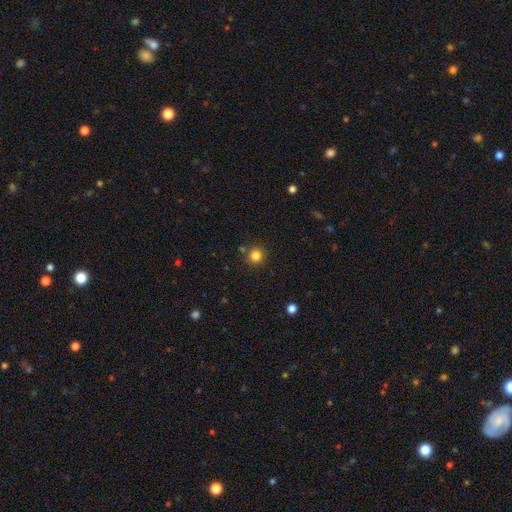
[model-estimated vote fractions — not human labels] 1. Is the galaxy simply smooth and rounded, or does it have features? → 82% smooth, 13% star or artifact, 5% featured or disk.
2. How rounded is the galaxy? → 93% round, 6% in between, 1% cigar-shaped.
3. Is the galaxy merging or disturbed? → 83% none, 9% minor disturbance, 6% merger, 3% major disturbance.